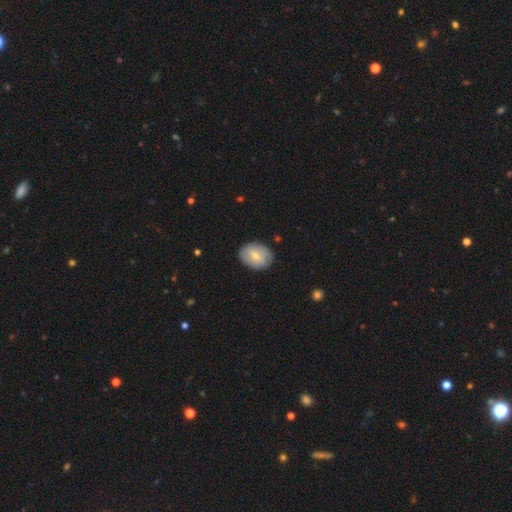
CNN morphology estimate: Smooth or featured? Predicted: smooth (p=0.66). How rounded? Predicted: in between (p=0.67). Merging? Predicted: none (p=0.83).